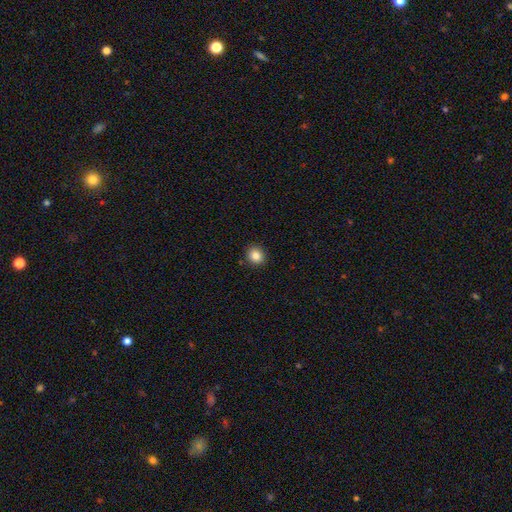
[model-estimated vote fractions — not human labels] A smooth galaxy with no disk features (84%) that is round (81%).

Vote fractions:
- Smooth or featured? smooth: 84% / star or artifact: 10% / featured or disk: 6%
- How rounded? round: 81% / in between: 18% / cigar-shaped: 1%
- Merging? none: 91% / minor disturbance: 6% / major disturbance: 2% / merger: 1%